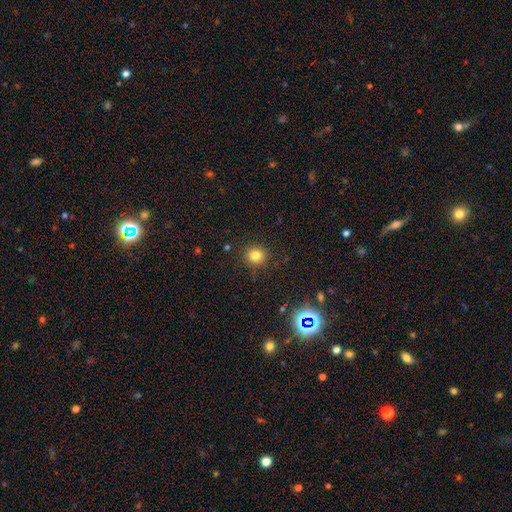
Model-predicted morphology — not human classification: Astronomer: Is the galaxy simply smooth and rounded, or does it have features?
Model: smooth — 79%.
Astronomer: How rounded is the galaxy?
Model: round — 89%.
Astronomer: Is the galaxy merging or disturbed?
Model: none — 89%.